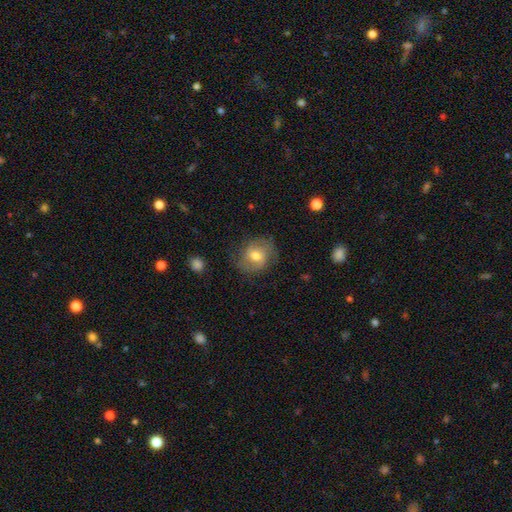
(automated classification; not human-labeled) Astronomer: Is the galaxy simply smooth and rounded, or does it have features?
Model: featured or disk — 52% (runner-up: smooth, 40%).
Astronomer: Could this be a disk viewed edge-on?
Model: no — 96%.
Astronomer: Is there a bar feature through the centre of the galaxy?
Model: no — 44% (runner-up: weak, 43%).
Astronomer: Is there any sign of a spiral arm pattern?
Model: yes — 79%.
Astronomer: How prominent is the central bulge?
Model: moderate — 70%.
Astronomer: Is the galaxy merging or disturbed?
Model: none — 71%.